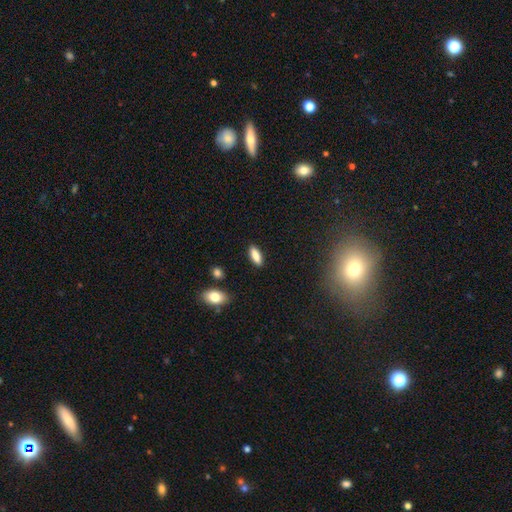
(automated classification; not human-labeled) smooth 85%, featured or disk 9%, star or artifact 7%. Down the decision tree: how rounded — in between (64%); merging — none (87%).